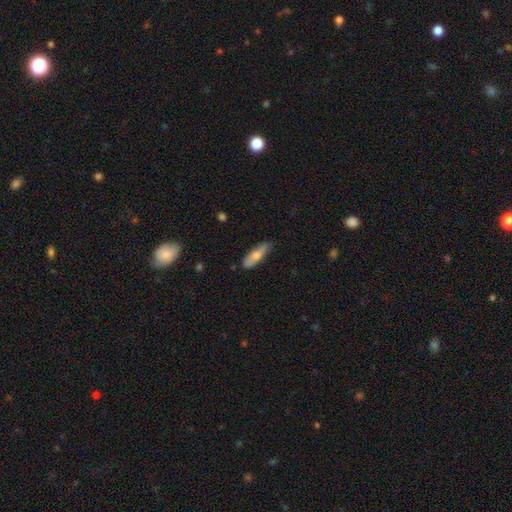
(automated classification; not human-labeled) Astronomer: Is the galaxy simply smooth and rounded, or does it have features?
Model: smooth — 69%.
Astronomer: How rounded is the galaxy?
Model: in between — 51% (runner-up: cigar-shaped, 47%).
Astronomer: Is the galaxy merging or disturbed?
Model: none — 78%.